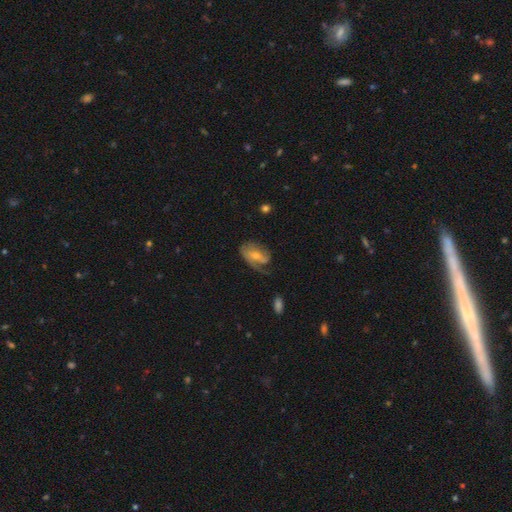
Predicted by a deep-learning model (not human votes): Smooth or featured? Predicted: featured or disk (p=0.59). Edge-on disk? Predicted: no (p=0.96). Bar? Predicted: no (p=0.51). Spiral arms? Predicted: yes (p=0.79). Bulge size? Predicted: small (p=0.54). Merging? Predicted: none (p=0.39).